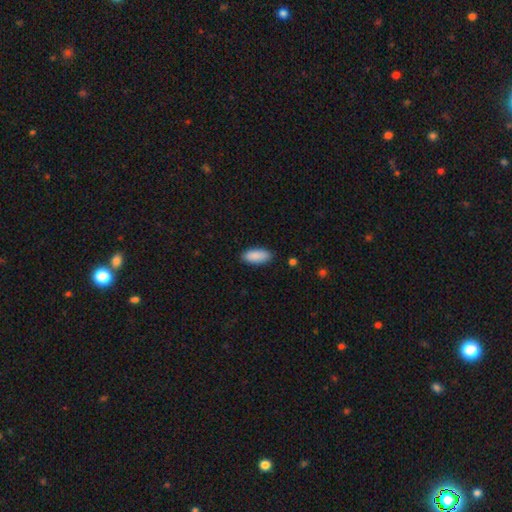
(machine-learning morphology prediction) Smooth or featured?
  - smooth: 90% *
  - star or artifact: 6%
  - featured or disk: 4%
How rounded?
  - in between: 85% *
  - cigar-shaped: 13%
  - round: 2%
Merging?
  - none: 87% *
  - minor disturbance: 9%
  - major disturbance: 2%
  - merger: 1%